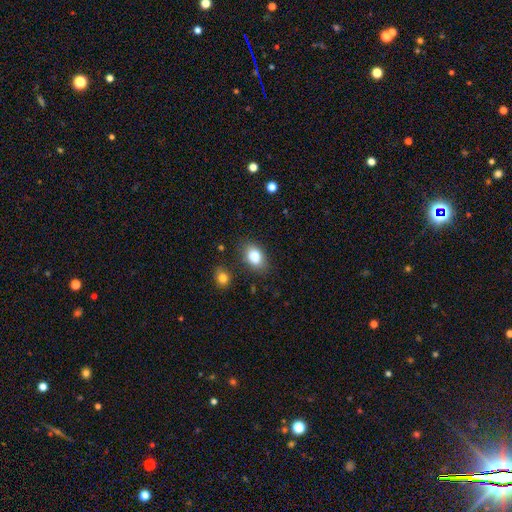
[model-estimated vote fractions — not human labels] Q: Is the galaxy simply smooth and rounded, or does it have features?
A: smooth — 84%.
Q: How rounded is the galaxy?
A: in between — 83%.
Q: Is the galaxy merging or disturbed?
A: none — 78%.